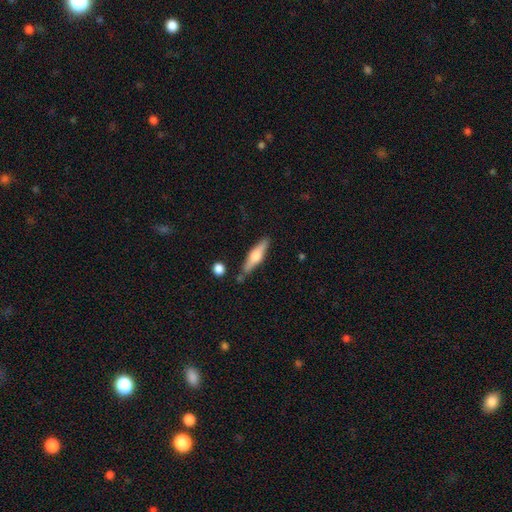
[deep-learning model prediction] A featured or disk galaxy (51%) viewed edge-on (94%).

Vote fractions:
- Smooth or featured? featured or disk: 51% / smooth: 43% / star or artifact: 6%
- Edge-on disk? yes: 94% / no: 6%
- Merging? none: 79% / minor disturbance: 13% / merger: 5% / major disturbance: 3%